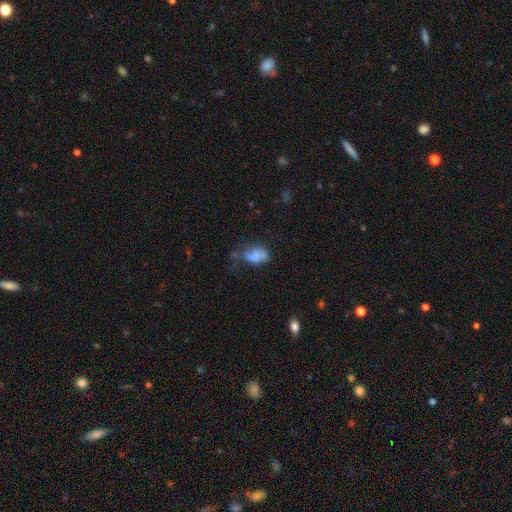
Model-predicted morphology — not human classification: A smooth galaxy with no disk features (59%) that is in between round and cigar-shaped (83%).

Vote fractions:
- Smooth or featured? smooth: 59% / featured or disk: 29% / star or artifact: 12%
- How rounded? in between: 83% / round: 15% / cigar-shaped: 3%
- Merging? none: 29% / minor disturbance: 27% / major disturbance: 22% / merger: 21%